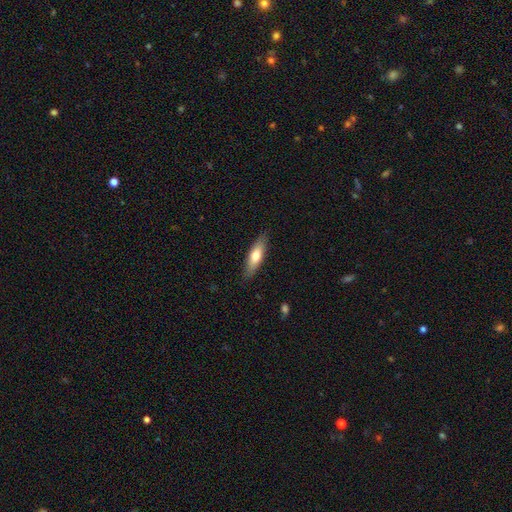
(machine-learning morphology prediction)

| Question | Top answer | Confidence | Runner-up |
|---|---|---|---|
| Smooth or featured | smooth | 67% | featured or disk (27%) |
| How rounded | cigar-shaped | 56% | in between (42%) |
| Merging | none | 86% | minor disturbance (11%) |